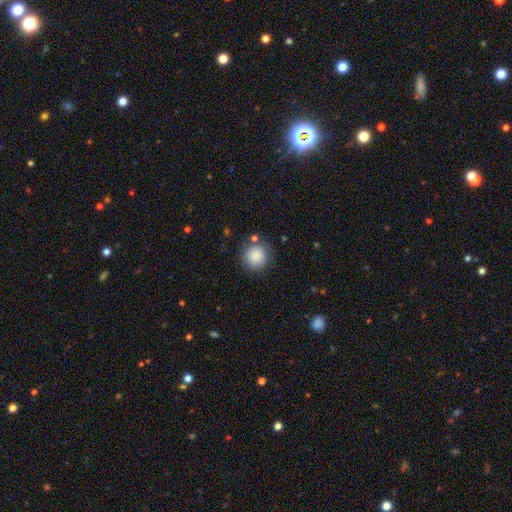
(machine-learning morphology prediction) Overall: smooth (88%). How rounded: round (93%). Merging: none (82%).